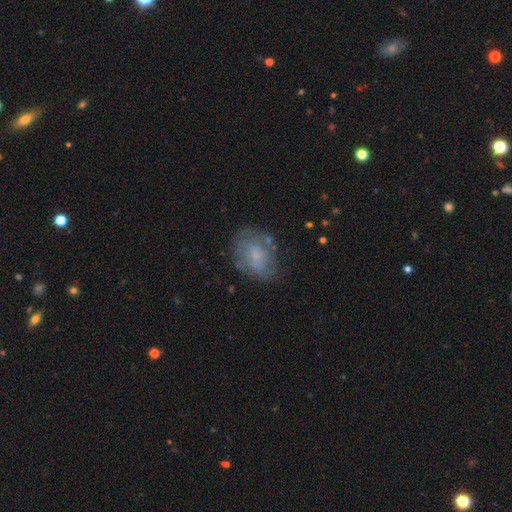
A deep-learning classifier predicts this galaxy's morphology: Smooth or featured?
  - smooth: 46% *
  - featured or disk: 45%
  - star or artifact: 9%
Merging?
  - none: 61% *
  - minor disturbance: 23%
  - major disturbance: 12%
  - merger: 3%